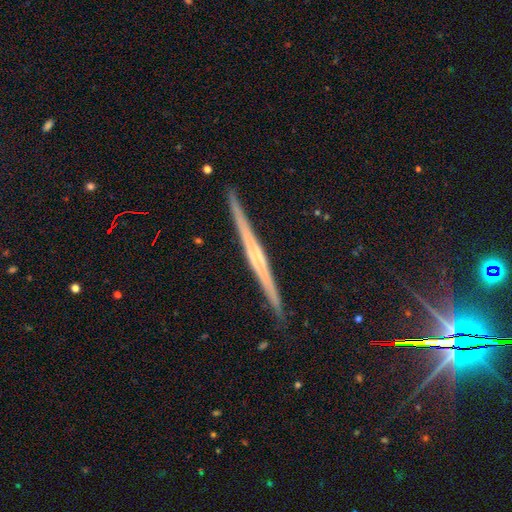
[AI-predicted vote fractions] A featured or disk galaxy (76%) viewed edge-on (98%) with no central bulge (46%). Merging: none (91%).